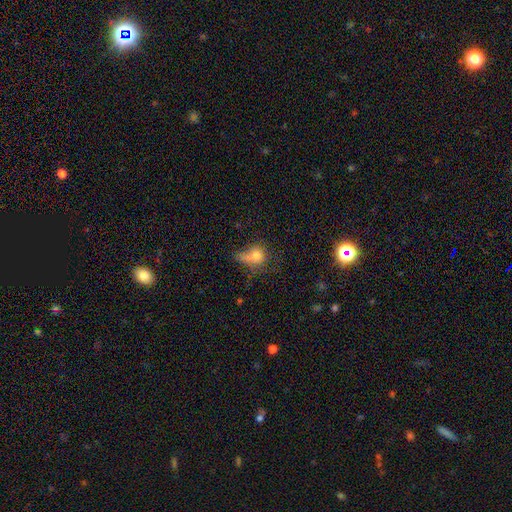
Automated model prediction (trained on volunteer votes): The model was most divided on "merging": none: 31%, major disturbance: 30%, minor disturbance: 23%, merger: 16%. More confident: smooth or featured — smooth (66%); how rounded — round (52%).